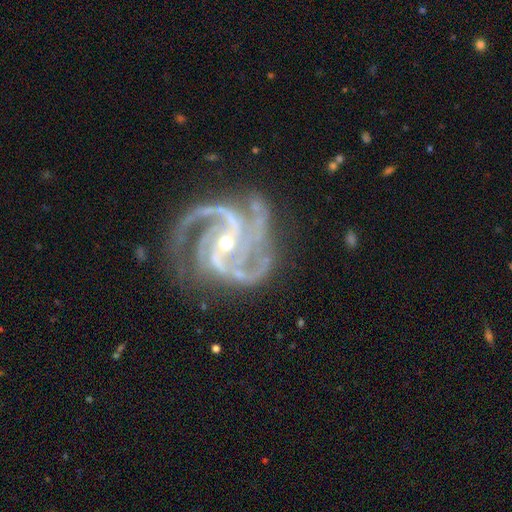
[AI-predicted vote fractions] Smooth or featured? featured or disk (94%)
Edge-on disk? no (98%)
Bar? strong (35%)
Spiral arms? yes (99%)
Spiral winding? medium (52%)
Spiral arm count? 3 (49%)
Bulge size? small (61%)
Merging? none (69%)